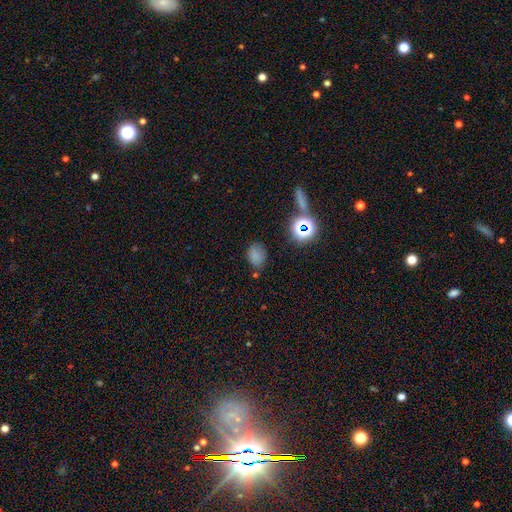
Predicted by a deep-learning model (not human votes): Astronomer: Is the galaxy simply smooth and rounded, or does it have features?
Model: smooth — 72%.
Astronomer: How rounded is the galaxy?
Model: in between — 56% (runner-up: round, 43%).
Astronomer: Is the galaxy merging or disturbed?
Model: none — 74%.